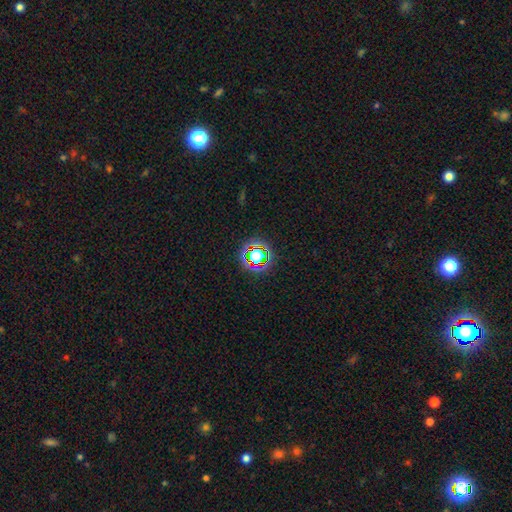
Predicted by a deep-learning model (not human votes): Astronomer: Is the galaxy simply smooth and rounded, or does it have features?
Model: star or artifact — 61%.